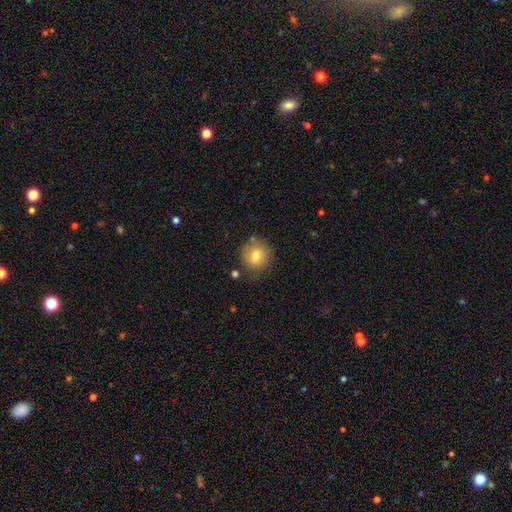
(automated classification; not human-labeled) This appears to be a smooth galaxy with no disk features (76%) that is round (90%). Merging: none (78%).